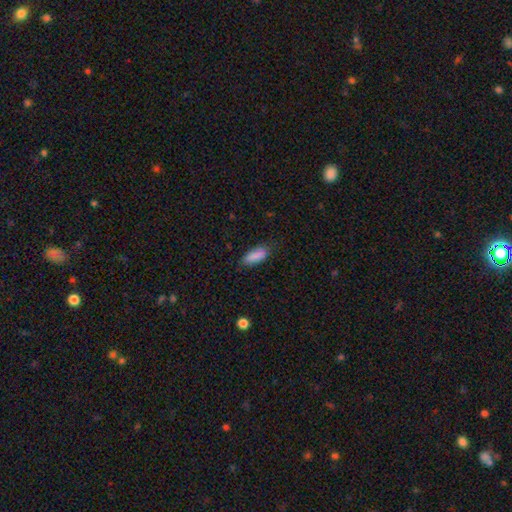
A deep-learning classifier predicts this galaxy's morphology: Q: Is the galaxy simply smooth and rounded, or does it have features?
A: smooth — 87%.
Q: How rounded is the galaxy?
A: in between — 74%.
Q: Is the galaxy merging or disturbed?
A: none — 77%.